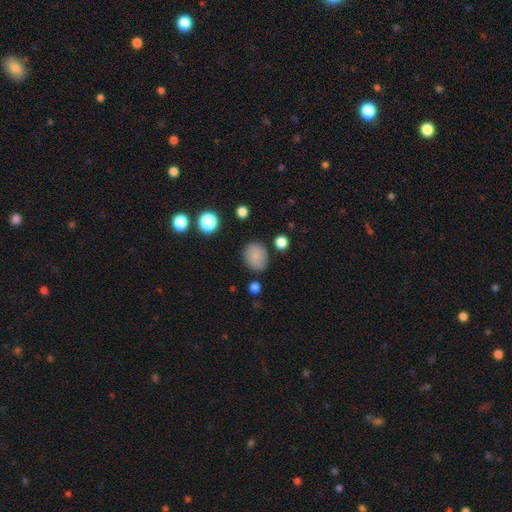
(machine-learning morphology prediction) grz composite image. It shows a smooth galaxy with no disk features (80%) that is round (62%). Merging: none (77%).